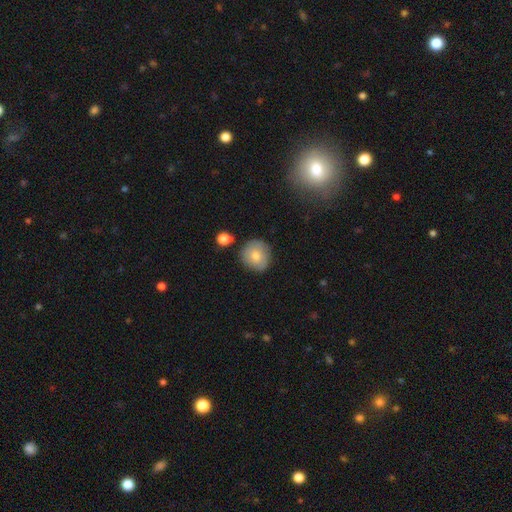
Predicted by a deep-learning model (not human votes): smooth_or_featured: smooth (p=0.76) [alt: featured or disk p=0.16]
how_rounded: round (p=0.92) [alt: in between p=0.07]
merging: none (p=0.80) [alt: minor disturbance p=0.14]